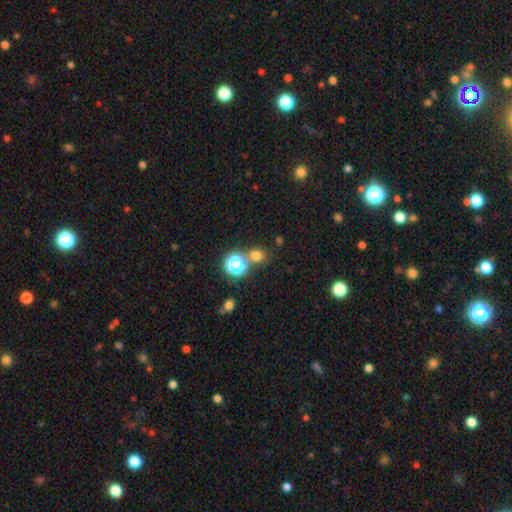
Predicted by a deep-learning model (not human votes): This is likely a smooth galaxy (70%). How rounded: likely round (80%). Merging: likely none (73%).